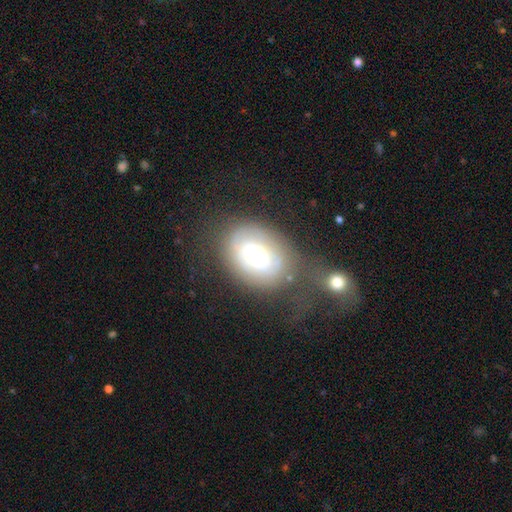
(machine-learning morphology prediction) smooth 51%, featured or disk 40%, star or artifact 9%. Down the decision tree: how rounded — in between (65%); merging — none (42%).